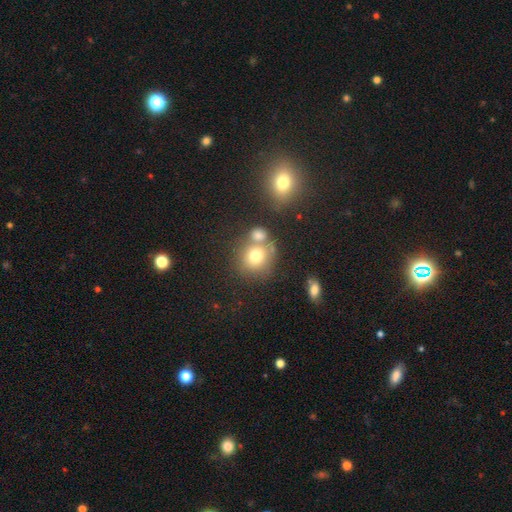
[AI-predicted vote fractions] A smooth galaxy with no disk features (73%) that is round (83%). Merging: none (53%).